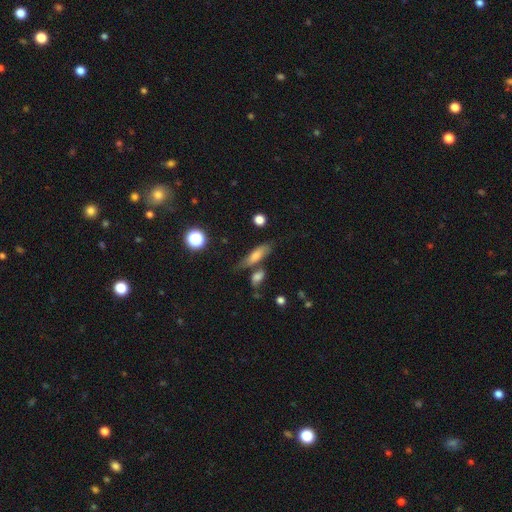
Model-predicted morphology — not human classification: The model was most divided on "how rounded": cigar-shaped: 53%, in between: 42%, round: 5%. More confident: smooth or featured — smooth (65%); merging — none (58%).